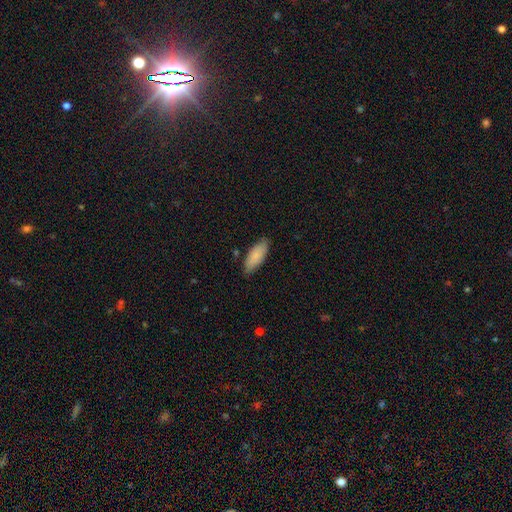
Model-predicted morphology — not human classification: Smooth or featured?
  - smooth: 84% *
  - featured or disk: 10%
  - star or artifact: 6%
How rounded?
  - in between: 74% *
  - cigar-shaped: 25%
  - round: 2%
Merging?
  - none: 82% *
  - minor disturbance: 14%
  - major disturbance: 2%
  - merger: 1%